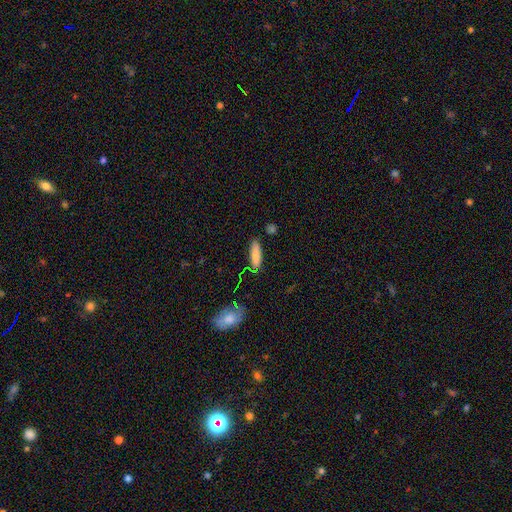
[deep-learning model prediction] This appears to be a smooth galaxy with no disk features (79%) that is cigar-shaped (50%). Merging: none (77%).